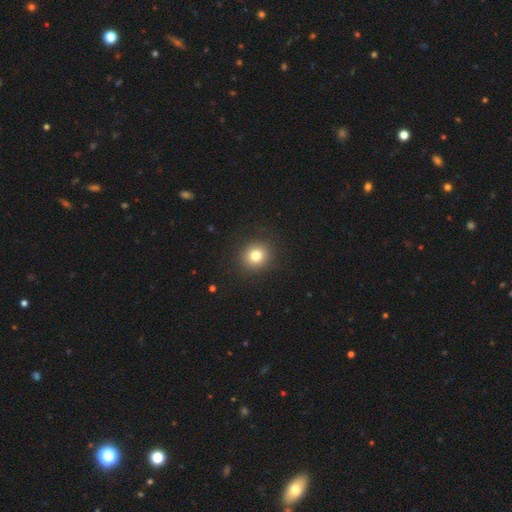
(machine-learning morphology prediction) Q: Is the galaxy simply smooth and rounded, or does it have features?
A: smooth — 79%.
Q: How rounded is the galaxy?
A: round — 90%.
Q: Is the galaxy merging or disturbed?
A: none — 91%.